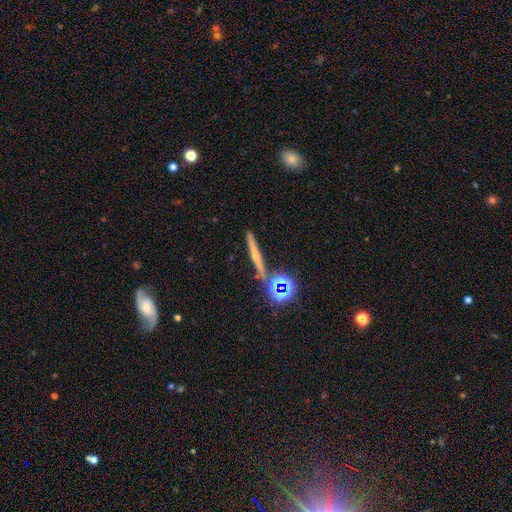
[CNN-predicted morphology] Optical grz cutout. It shows a featured or disk galaxy (53%) viewed edge-on (94%). Merging: none (84%).